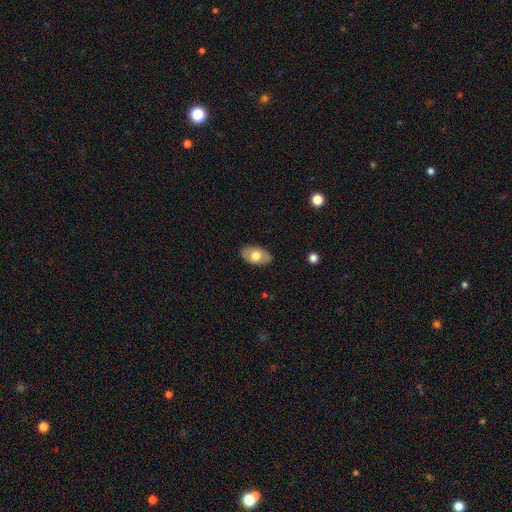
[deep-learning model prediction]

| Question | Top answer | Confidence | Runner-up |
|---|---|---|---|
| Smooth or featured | smooth | 63% | featured or disk (31%) |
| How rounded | in between | 91% | round (8%) |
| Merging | none | 85% | minor disturbance (11%) |